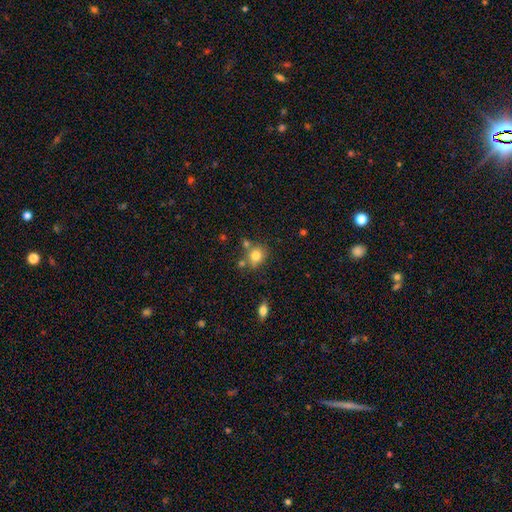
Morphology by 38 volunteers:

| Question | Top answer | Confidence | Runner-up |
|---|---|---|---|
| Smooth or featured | smooth | 76% | featured or disk (16%) |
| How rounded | round | 72% | in between (28%) |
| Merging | none | 51% | merger (29%) |